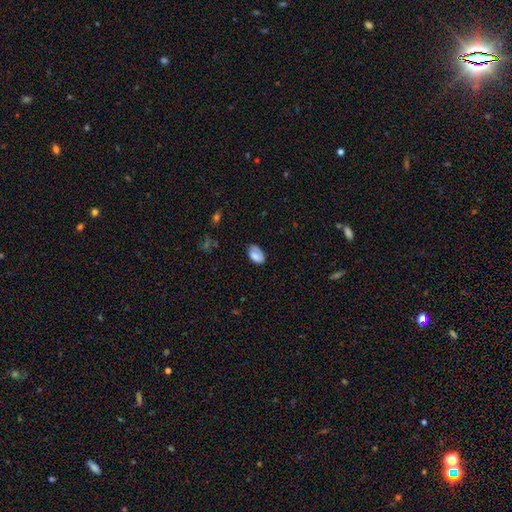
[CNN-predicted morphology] This appears to be a smooth galaxy with no disk features (76%) that is in between round and cigar-shaped (92%). Merging: none (65%).